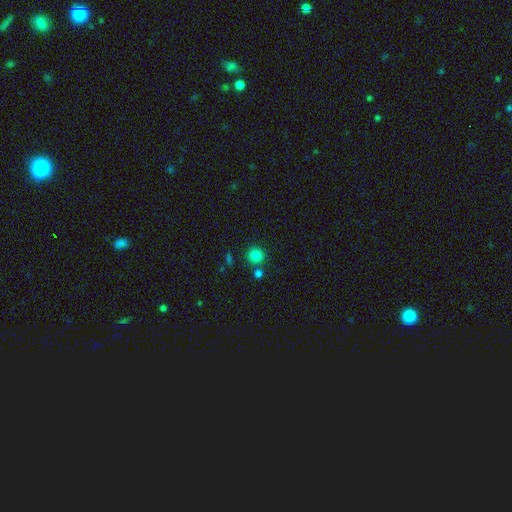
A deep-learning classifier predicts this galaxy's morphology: Smooth or featured? smooth (83%)
How rounded? round (93%)
Merging? none (80%)